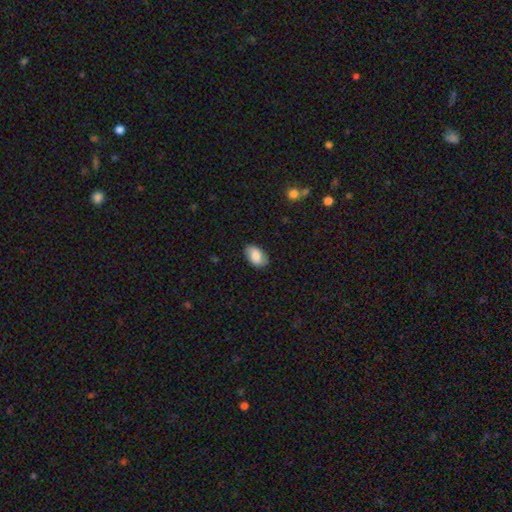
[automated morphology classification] type=smooth (79%); roundness=in between (91%); merging=none (84%).